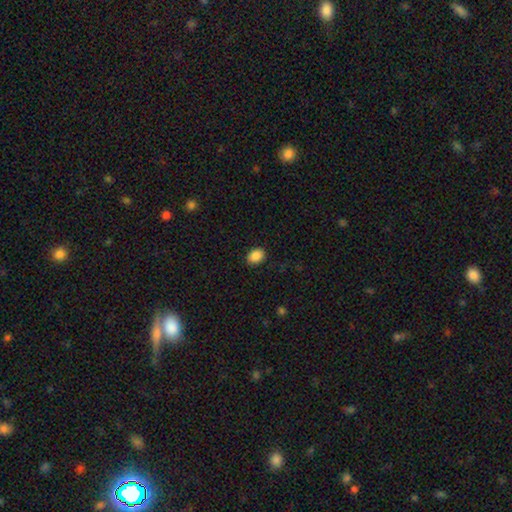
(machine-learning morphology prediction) Q: Smooth or featured?
A: smooth (88%); runner-up: star or artifact (9%)
Q: How rounded?
A: in between (67%); runner-up: round (32%)
Q: Merging?
A: none (89%); runner-up: minor disturbance (8%)